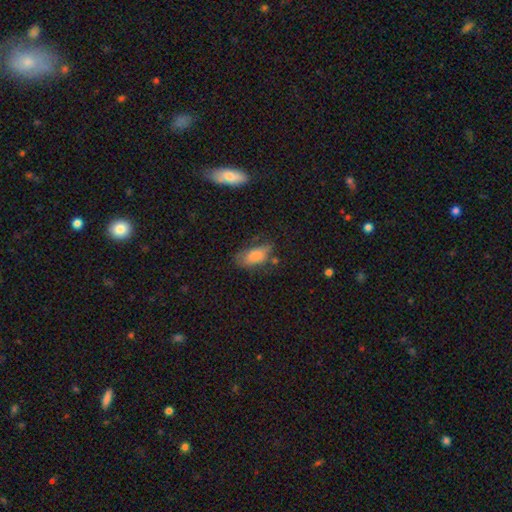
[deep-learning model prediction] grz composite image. It shows a smooth galaxy with no disk features (80%) that is in between round and cigar-shaped (90%). Merging: none (50%).